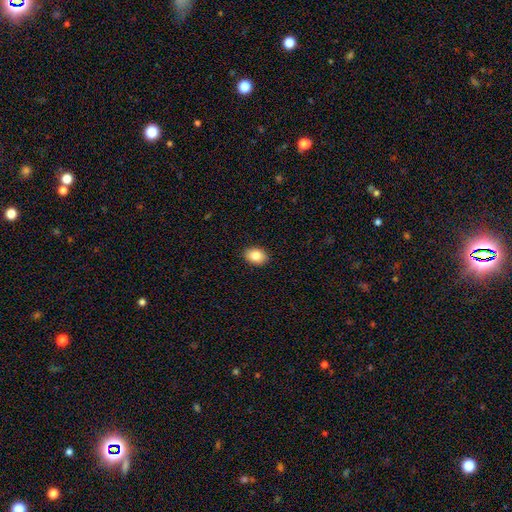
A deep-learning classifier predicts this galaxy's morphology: The model was most divided on "how rounded": in between: 79%, round: 20%, cigar-shaped: 1%. More confident: merging — none (90%); smooth or featured — smooth (85%).